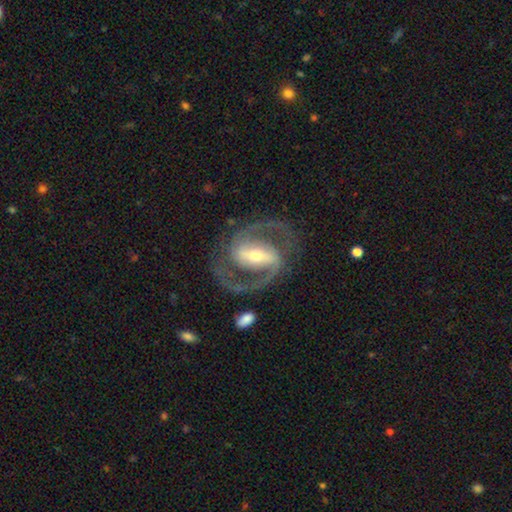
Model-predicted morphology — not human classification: smooth-or-featured: featured or disk: 92% | star or artifact: 4% | smooth: 4%
  disk-edge-on: no: 97% | yes: 3%
    bar: strong: 62% | weak: 28% | no: 10%
    has-spiral-arms: yes: 98% | no: 2%
      spiral-winding: medium: 63% | tight: 25% | loose: 12%
      spiral-arm-count: 2: 93% | 3: 2% | can't tell: 2% | 1: 1% | 4: 1% | more than 4: 1%
    bulge-size: moderate: 50% | small: 43% | large: 4% | none: 1% | dominant: 1%
  merging: none: 81% | minor disturbance: 11% | major disturbance: 6% | merger: 2%